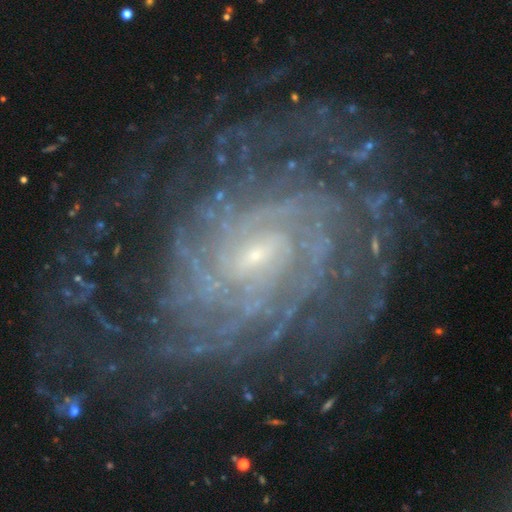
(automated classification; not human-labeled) Smooth or featured: featured or disk — 89% (star or artifact — 6%)
Edge-on disk: no — 97% (yes — 3%)
Bar: weak — 46% (no — 41%)
Spiral arms: yes — 96% (no — 4%)
Spiral winding: tight — 73% (medium — 21%)
Spiral arm count: can't tell — 34% (more than 4 — 19%)
Bulge size: small — 80% (moderate — 15%)
Merging: none — 70% (minor disturbance — 16%)